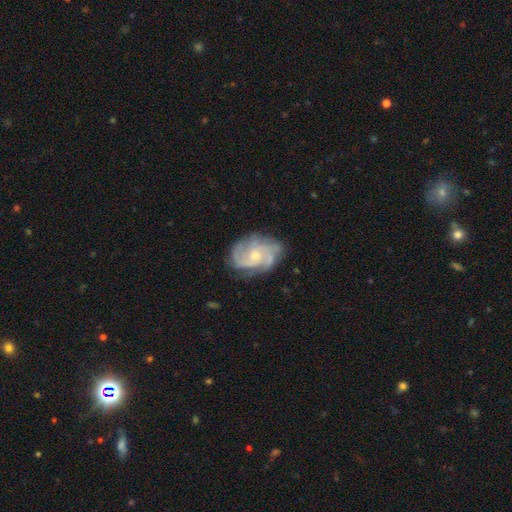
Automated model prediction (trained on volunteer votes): Smooth or featured? featured or disk (86%)
Edge-on disk? no (98%)
Bar? no (69%)
Spiral arms? yes (96%)
Spiral winding? medium (44%)
Spiral arm count? 3 (34%)
Bulge size? small (62%)
Merging? none (72%)